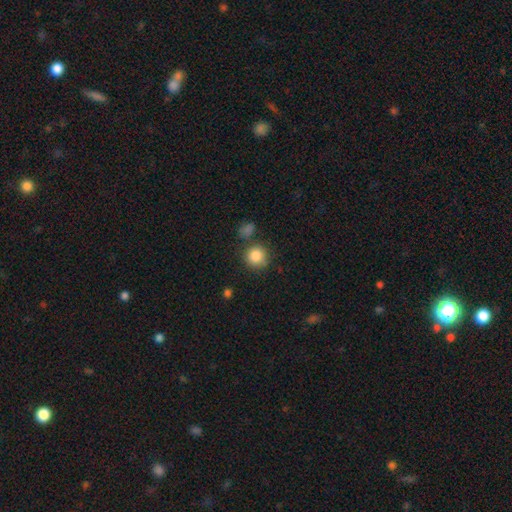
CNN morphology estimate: A smooth galaxy with no disk features (86%) that is round (91%). Merging: none (77%).